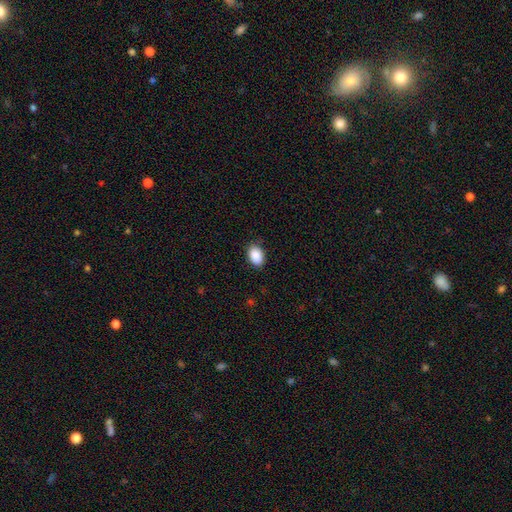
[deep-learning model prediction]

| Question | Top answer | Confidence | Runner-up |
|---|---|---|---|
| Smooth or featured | smooth | 90% | star or artifact (7%) |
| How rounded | in between | 88% | round (11%) |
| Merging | none | 85% | minor disturbance (12%) |